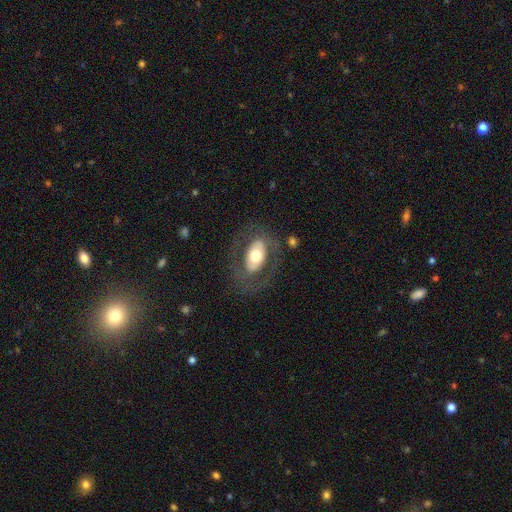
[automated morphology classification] A featured or disk galaxy (50%).

Vote fractions:
- Smooth or featured? featured or disk: 50% / smooth: 44% / star or artifact: 6%
- Merging? none: 72% / minor disturbance: 14% / major disturbance: 12% / merger: 2%